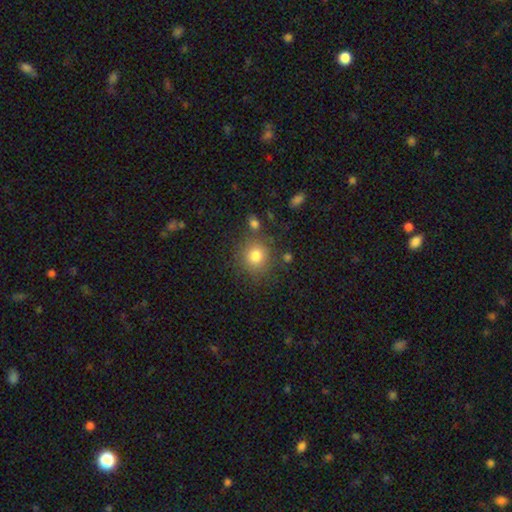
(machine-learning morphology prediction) Smooth or featured?
  - smooth: 81% *
  - star or artifact: 11%
  - featured or disk: 8%
How rounded?
  - round: 88% *
  - in between: 11%
  - cigar-shaped: 1%
Merging?
  - none: 78% *
  - minor disturbance: 11%
  - merger: 7%
  - major disturbance: 4%